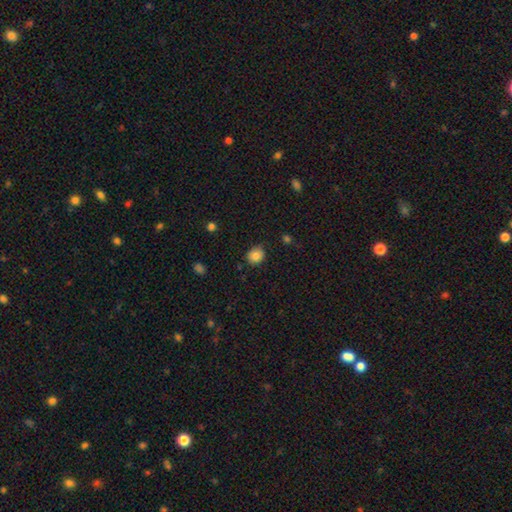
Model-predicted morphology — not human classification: type=smooth (82%); roundness=round (74%); merging=none (80%).